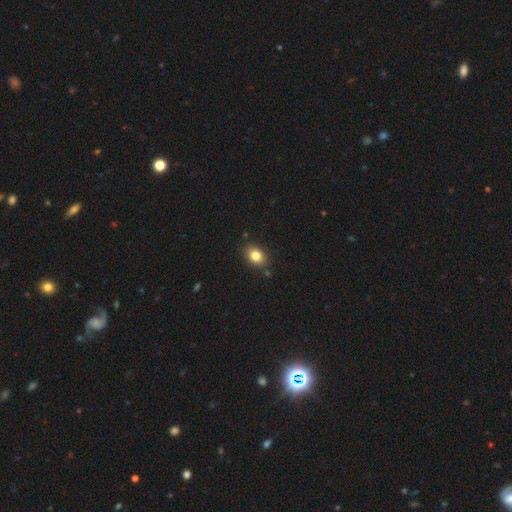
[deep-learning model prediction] Smooth or featured? smooth (84%)
How rounded? in between (73%)
Merging? none (85%)